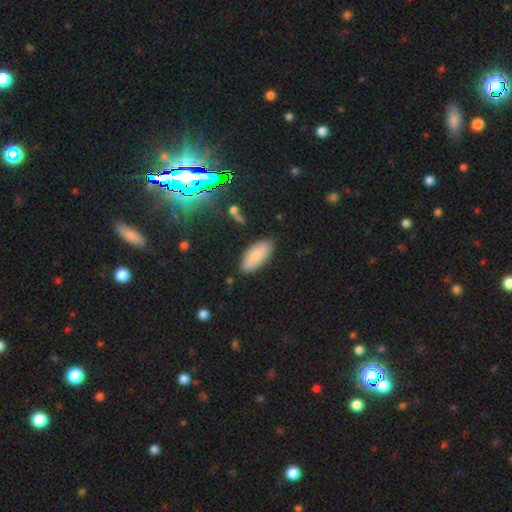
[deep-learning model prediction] Morphology: type=smooth (82%); roundness=in between (87%); merging=none (84%).